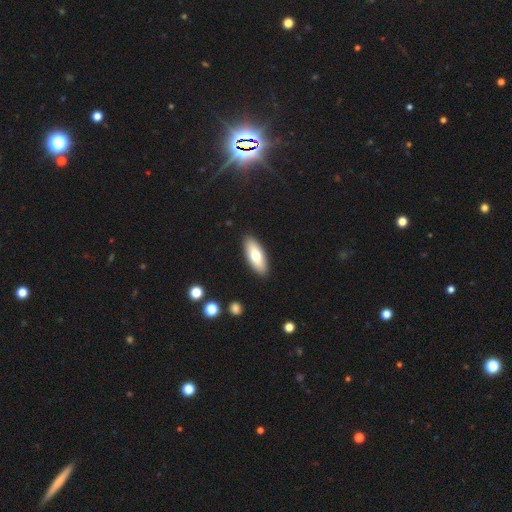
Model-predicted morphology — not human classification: type=smooth (70%); roundness=in between (77%); merging=none (90%).